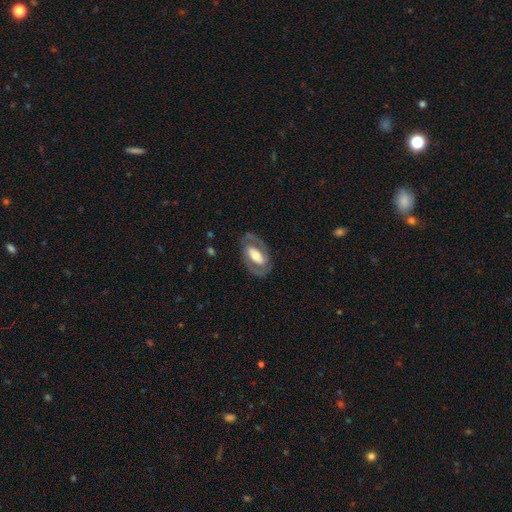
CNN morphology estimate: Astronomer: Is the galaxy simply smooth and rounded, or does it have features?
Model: featured or disk — 72%.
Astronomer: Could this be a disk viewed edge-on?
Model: no — 93%.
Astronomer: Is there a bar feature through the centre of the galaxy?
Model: strong — 39% (runner-up: weak, 31%).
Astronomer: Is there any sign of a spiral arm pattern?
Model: yes — 65%.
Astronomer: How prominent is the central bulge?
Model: moderate — 56%.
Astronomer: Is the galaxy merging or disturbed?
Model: none — 79%.